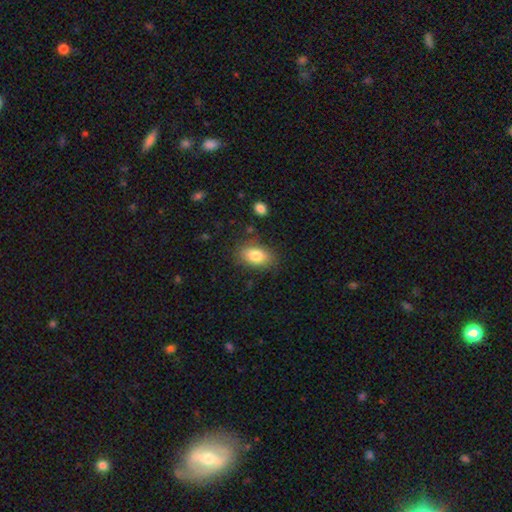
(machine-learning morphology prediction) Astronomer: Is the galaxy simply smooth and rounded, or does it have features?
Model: smooth — 82%.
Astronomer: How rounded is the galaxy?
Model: in between — 89%.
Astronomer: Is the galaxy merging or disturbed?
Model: none — 79%.